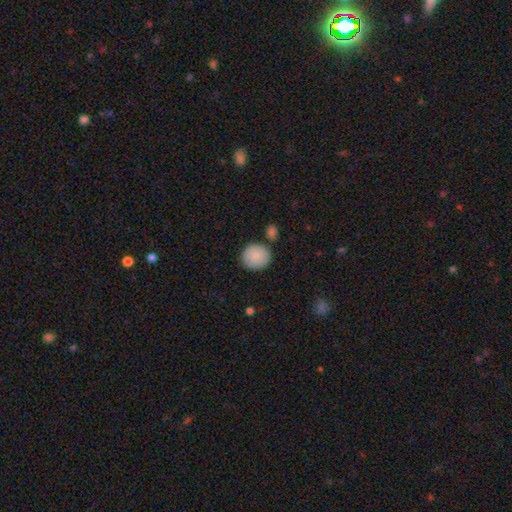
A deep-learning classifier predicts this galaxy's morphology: smooth 86%, featured or disk 7%, star or artifact 7%. Down the decision tree: how rounded — round (89%); merging — none (79%).